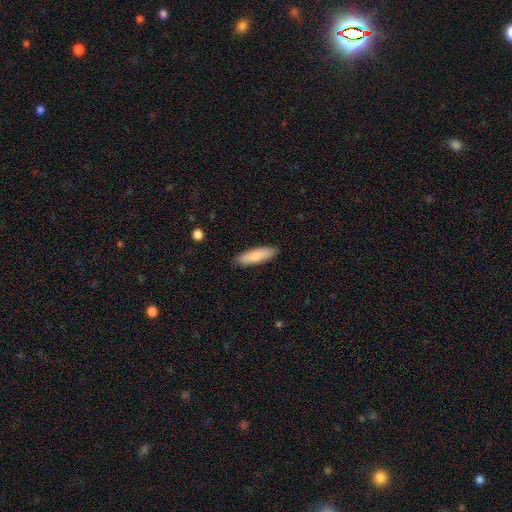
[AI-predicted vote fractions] Q: Smooth or featured?
A: smooth (84%); runner-up: featured or disk (11%)
Q: How rounded?
A: cigar-shaped (59%); runner-up: in between (39%)
Q: Merging?
A: none (89%); runner-up: minor disturbance (8%)